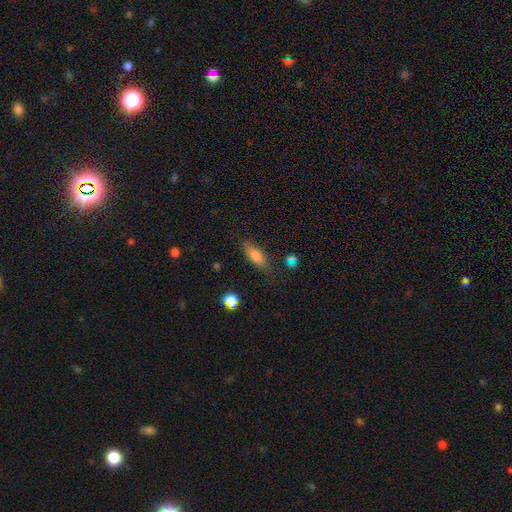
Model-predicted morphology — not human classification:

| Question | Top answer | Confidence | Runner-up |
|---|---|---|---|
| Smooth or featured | smooth | 76% | featured or disk (14%) |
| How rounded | in between | 70% | cigar-shaped (27%) |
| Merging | none | 74% | minor disturbance (18%) |